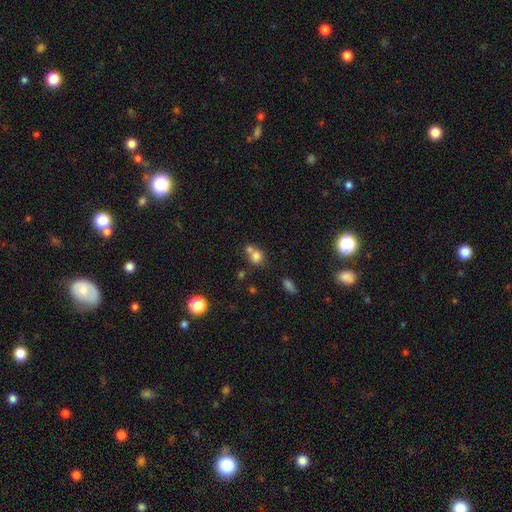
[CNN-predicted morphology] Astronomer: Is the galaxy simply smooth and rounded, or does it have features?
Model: smooth — 75%.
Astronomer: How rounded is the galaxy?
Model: round — 62%.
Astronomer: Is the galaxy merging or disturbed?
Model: merger — 53% (runner-up: none, 34%).